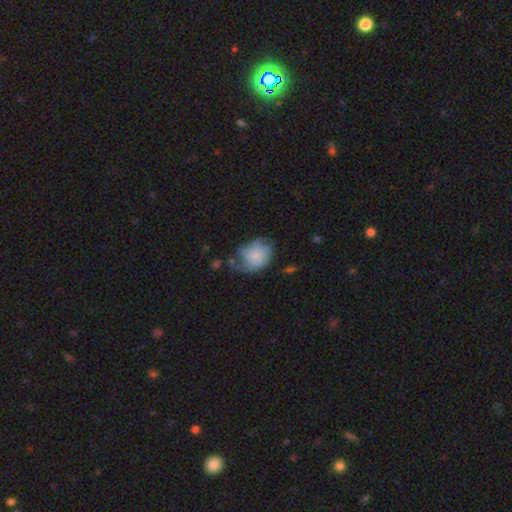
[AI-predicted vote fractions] Smooth or featured? smooth (60%)
How rounded? in between (56%)
Merging? none (36%)